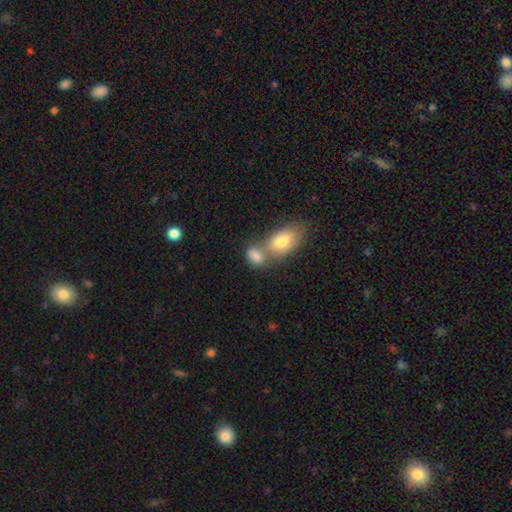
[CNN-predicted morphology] The model was most divided on "merging": merger: 52%, none: 33%, minor disturbance: 10%, major disturbance: 5%. More confident: how rounded — in between (85%); smooth or featured — smooth (79%).